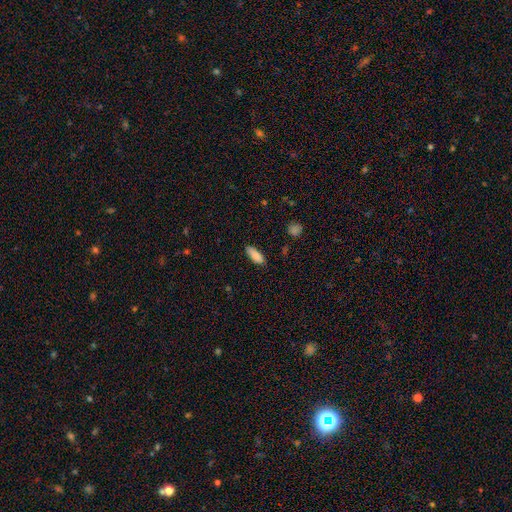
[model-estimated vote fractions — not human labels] smooth_or_featured: smooth (p=0.85) [alt: featured or disk p=0.08]
how_rounded: in between (p=0.72) [alt: cigar-shaped p=0.26]
merging: none (p=0.82) [alt: minor disturbance p=0.14]